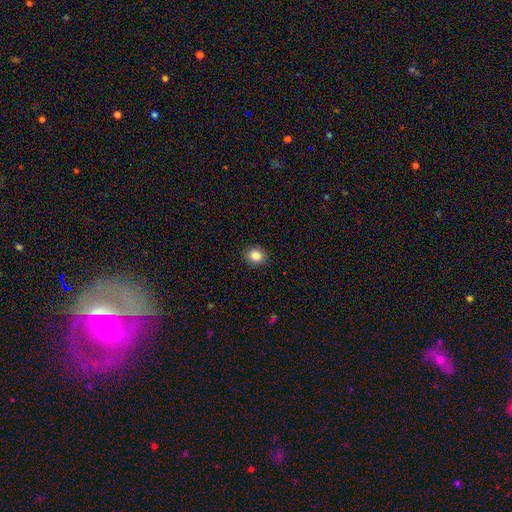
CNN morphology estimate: type=smooth (86%); roundness=round (65%); merging=none (90%).